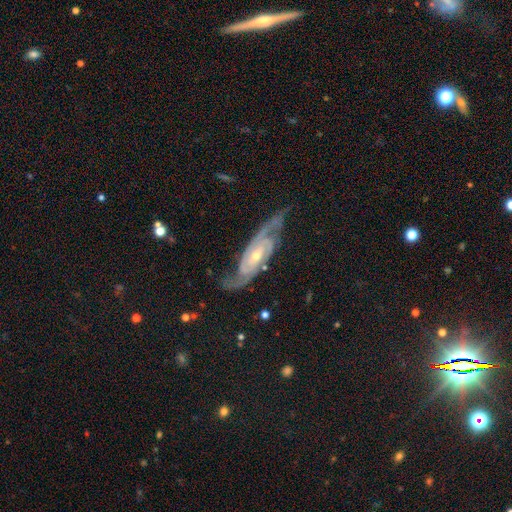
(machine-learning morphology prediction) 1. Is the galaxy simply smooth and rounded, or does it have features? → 92% featured or disk, 4% star or artifact, 4% smooth.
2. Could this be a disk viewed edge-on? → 92% no, 8% yes.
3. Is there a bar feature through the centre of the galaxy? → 51% no, 33% weak, 16% strong.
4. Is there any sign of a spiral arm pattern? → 98% yes, 2% no.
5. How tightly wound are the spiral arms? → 48% tight, 42% medium, 10% loose.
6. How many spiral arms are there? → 82% 2, 7% 3, 5% can't tell, 2% 4, 2% 1, 2% more than 4.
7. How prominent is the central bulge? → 61% small, 36% moderate, 1% large, 1% none, 1% dominant.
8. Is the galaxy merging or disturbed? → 75% none, 17% minor disturbance, 7% major disturbance, 2% merger.